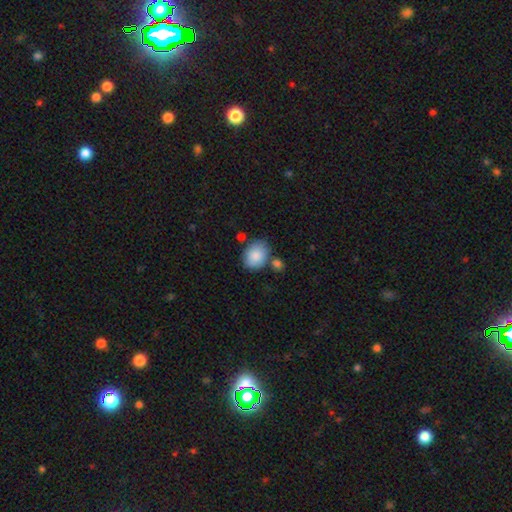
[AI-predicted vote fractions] Smooth or featured?
  - smooth: 86% *
  - featured or disk: 8%
  - star or artifact: 6%
How rounded?
  - in between: 63% *
  - round: 36%
  - cigar-shaped: 1%
Merging?
  - none: 66% *
  - minor disturbance: 17%
  - merger: 12%
  - major disturbance: 4%